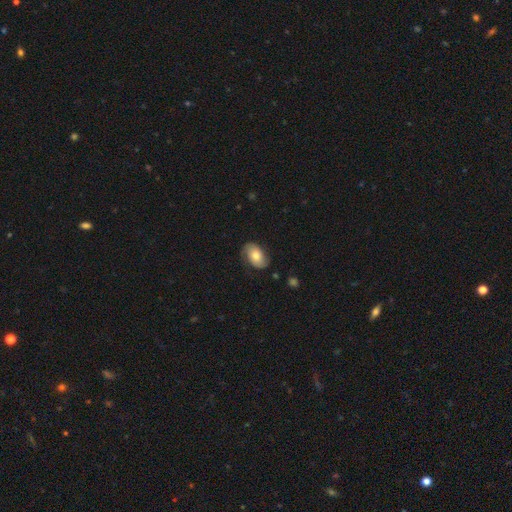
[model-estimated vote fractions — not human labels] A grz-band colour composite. It shows a featured or disk galaxy (48%). Merging: none (73%).